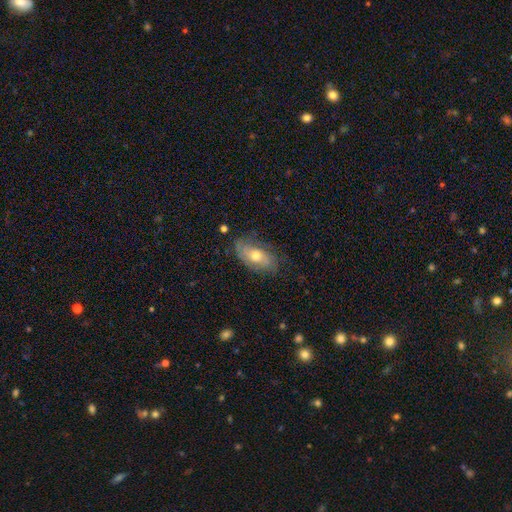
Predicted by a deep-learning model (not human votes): smooth-or-featured: featured or disk: 51% | smooth: 42% | star or artifact: 8%
  disk-edge-on: no: 86% | yes: 14%
  merging: none: 68% | minor disturbance: 23% | major disturbance: 8% | merger: 2%